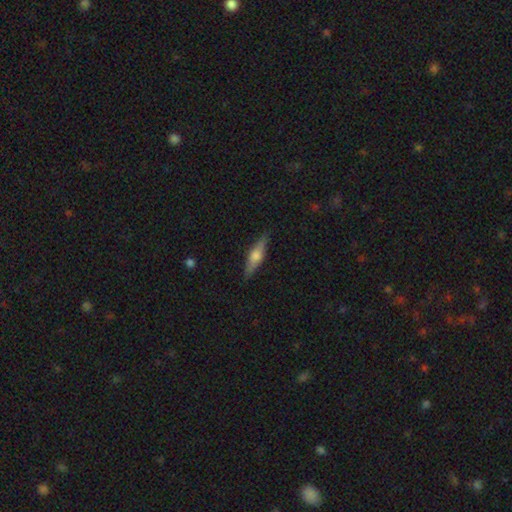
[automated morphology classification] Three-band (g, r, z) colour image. It shows a featured or disk galaxy (50%) viewed edge-on (92%). Merging: none (86%).